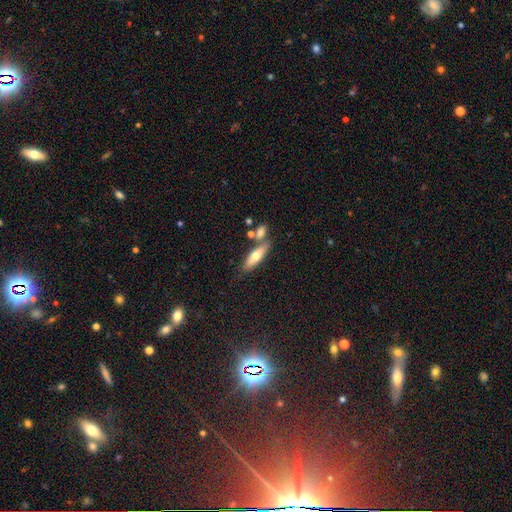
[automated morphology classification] smooth-or-featured: smooth: 65% | featured or disk: 29% | star or artifact: 7%
  how-rounded: cigar-shaped: 55% | in between: 42% | round: 2%
  merging: none: 63% | merger: 19% | minor disturbance: 14% | major disturbance: 4%